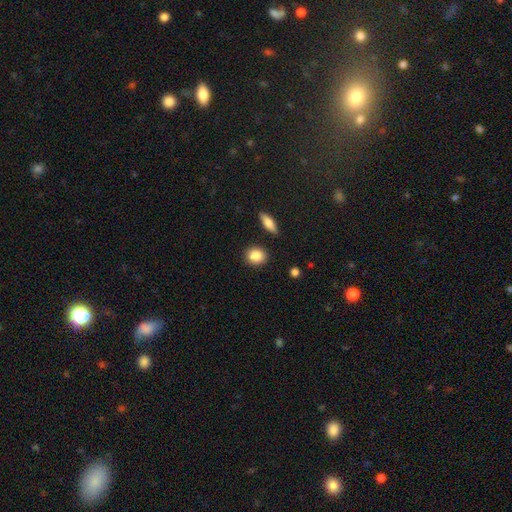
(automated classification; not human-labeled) A smooth galaxy with no disk features (87%) that is round (66%). Merging: none (87%).